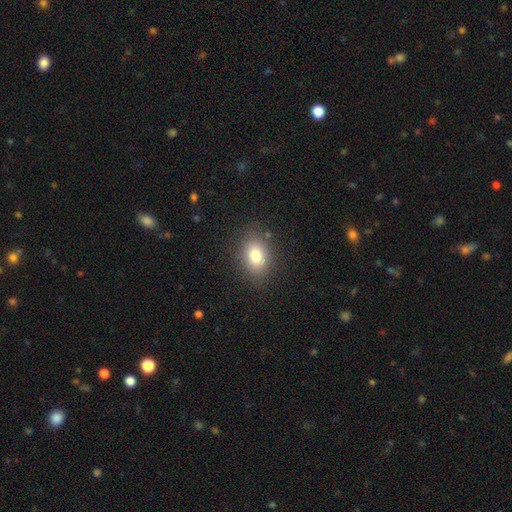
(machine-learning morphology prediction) Smooth or featured: smooth — 80% (star or artifact — 10%)
How rounded: in between — 75% (round — 23%)
Merging: none — 84% (minor disturbance — 11%)